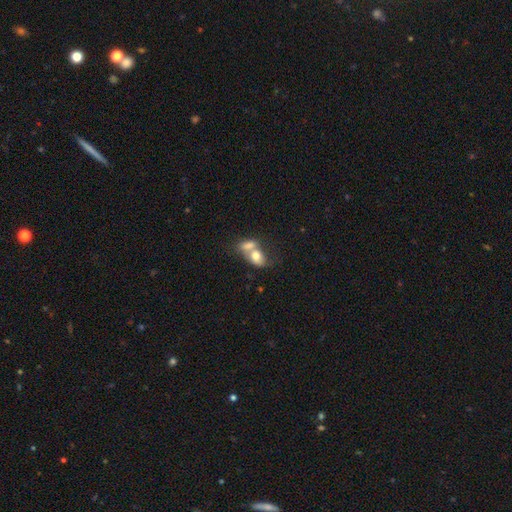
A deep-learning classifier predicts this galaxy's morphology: A smooth galaxy with no disk features (72%) that is in between round and cigar-shaped (77%).

Vote fractions:
- Smooth or featured? smooth: 72% / featured or disk: 21% / star or artifact: 8%
- How rounded? in between: 77% / round: 20% / cigar-shaped: 3%
- Merging? merger: 72% / none: 15% / minor disturbance: 7% / major disturbance: 5%